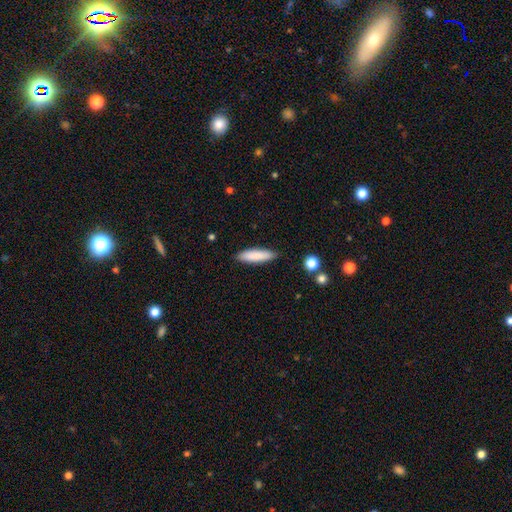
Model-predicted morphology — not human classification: Smooth or featured? smooth (86%)
How rounded? cigar-shaped (71%)
Merging? none (88%)